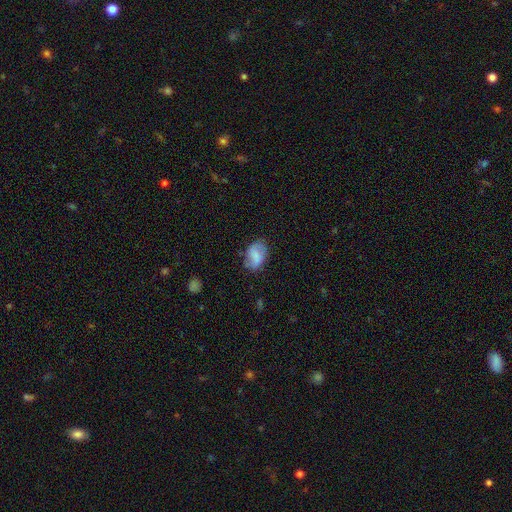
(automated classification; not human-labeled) A smooth galaxy with no disk features (57%) that is in between round and cigar-shaped (82%).

Vote fractions:
- Smooth or featured? smooth: 57% / featured or disk: 35% / star or artifact: 8%
- How rounded? in between: 82% / round: 17% / cigar-shaped: 2%
- Merging? none: 64% / minor disturbance: 25% / major disturbance: 9% / merger: 2%